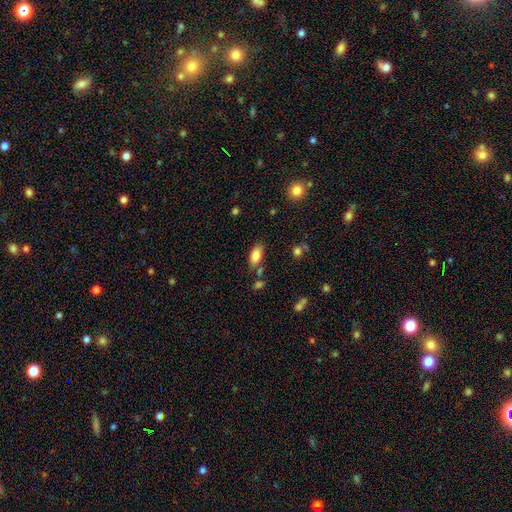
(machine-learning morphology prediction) Smooth or featured: smooth — 83% (featured or disk — 9%)
How rounded: in between — 90% (cigar-shaped — 7%)
Merging: none — 73% (minor disturbance — 15%)